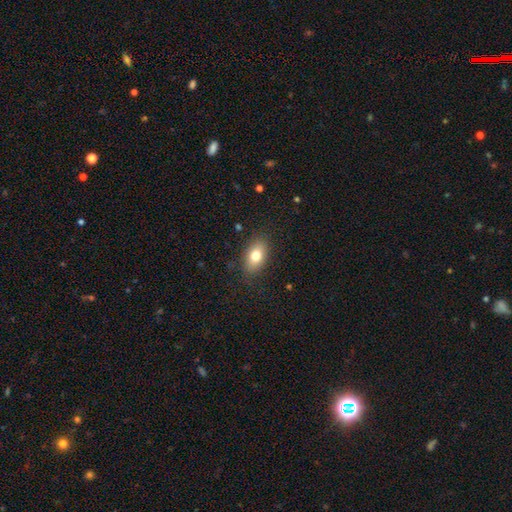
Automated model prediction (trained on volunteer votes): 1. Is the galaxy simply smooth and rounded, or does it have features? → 76% smooth, 16% featured or disk, 9% star or artifact.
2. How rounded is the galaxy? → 86% in between, 10% round, 4% cigar-shaped.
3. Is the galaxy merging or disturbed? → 85% none, 11% minor disturbance, 3% major disturbance, 1% merger.